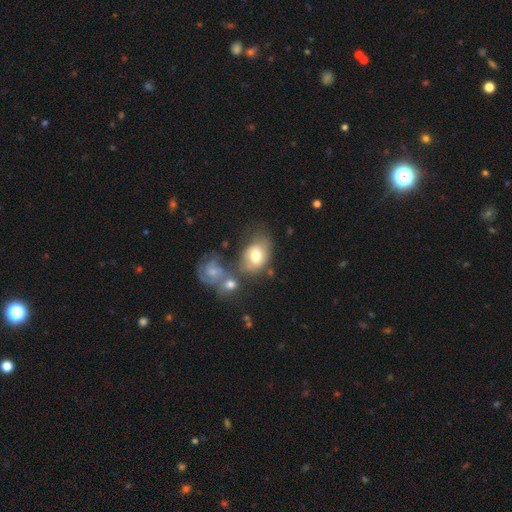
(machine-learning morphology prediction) This appears to be a smooth galaxy with no disk features (61%) that is in between round and cigar-shaped (73%). Merging: none (43%).